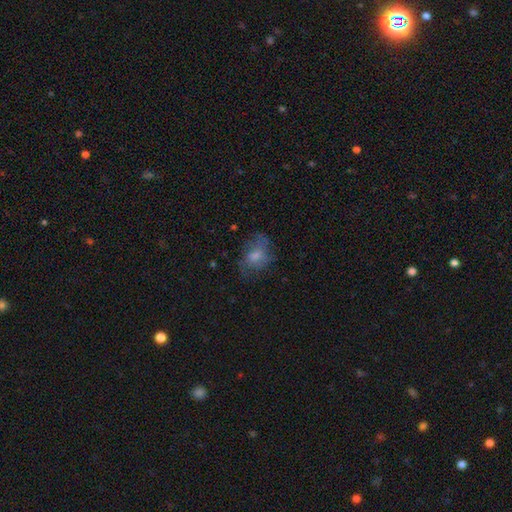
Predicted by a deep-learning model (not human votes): smooth_or_featured: smooth (p=0.43) [alt: featured or disk p=0.41]
merging: none (p=0.61) [alt: minor disturbance p=0.22]